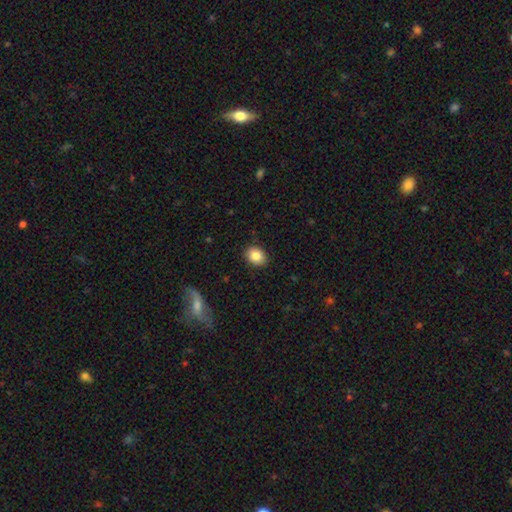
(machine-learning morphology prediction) This is clearly a smooth galaxy (85%). How rounded: possibly in between (57%). Merging: clearly none (89%).